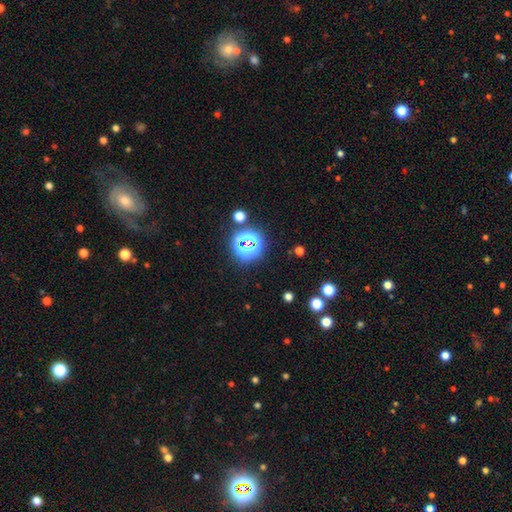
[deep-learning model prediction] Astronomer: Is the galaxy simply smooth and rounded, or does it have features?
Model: star or artifact — 72%.